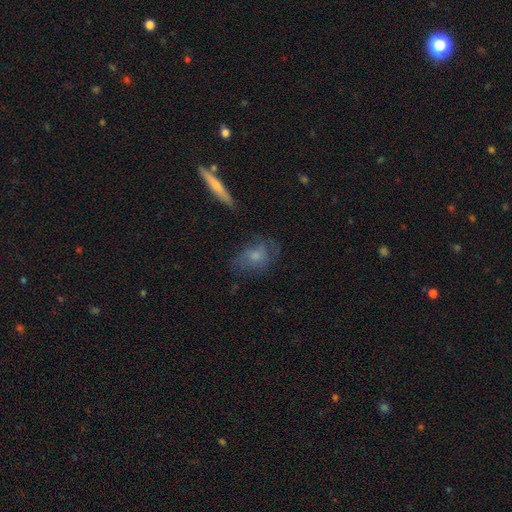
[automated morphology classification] This is possibly a smooth galaxy (54%). How rounded: likely in between (66%). Merging: possibly none (52%).